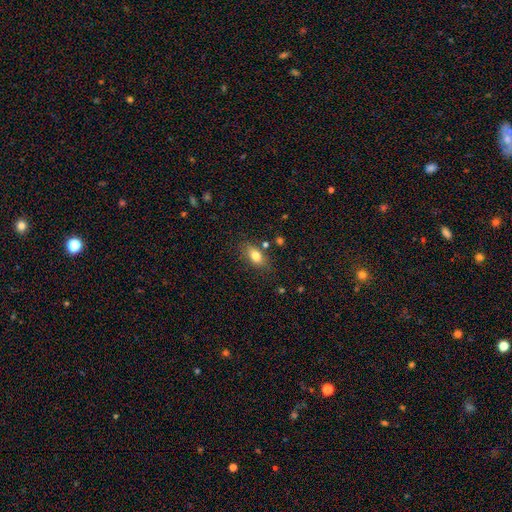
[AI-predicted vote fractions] smooth-or-featured: smooth: 77% | featured or disk: 14% | star or artifact: 9%
  how-rounded: in between: 81% | round: 11% | cigar-shaped: 8%
  merging: none: 78% | minor disturbance: 14% | merger: 5% | major disturbance: 4%